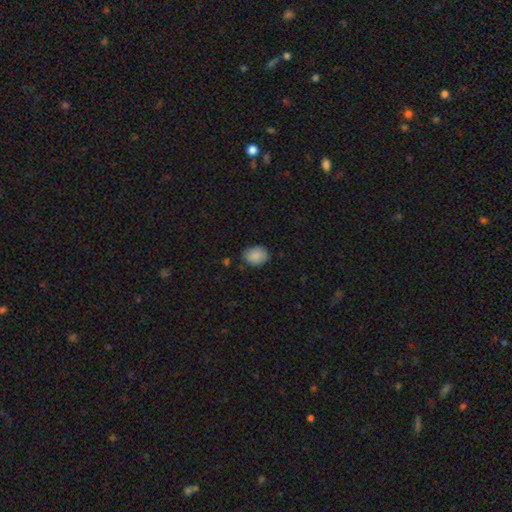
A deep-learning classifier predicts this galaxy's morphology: Q: Smooth or featured?
A: smooth (87%); runner-up: star or artifact (7%)
Q: How rounded?
A: in between (61%); runner-up: round (38%)
Q: Merging?
A: none (75%); runner-up: minor disturbance (20%)